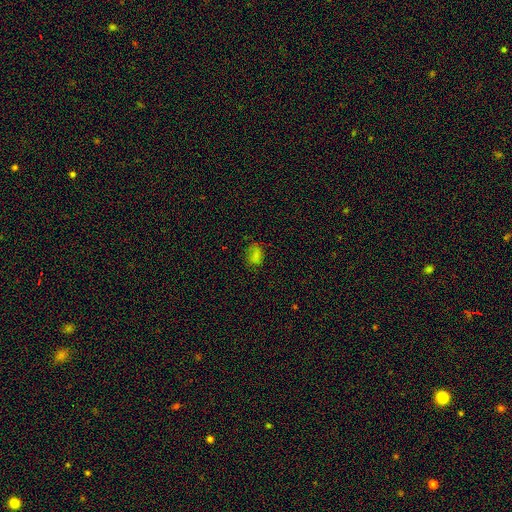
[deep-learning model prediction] smooth_or_featured: smooth (p=0.73) [alt: star or artifact p=0.19]
how_rounded: in between (p=0.77) [alt: round p=0.21]
merging: none (p=0.66) [alt: minor disturbance p=0.24]